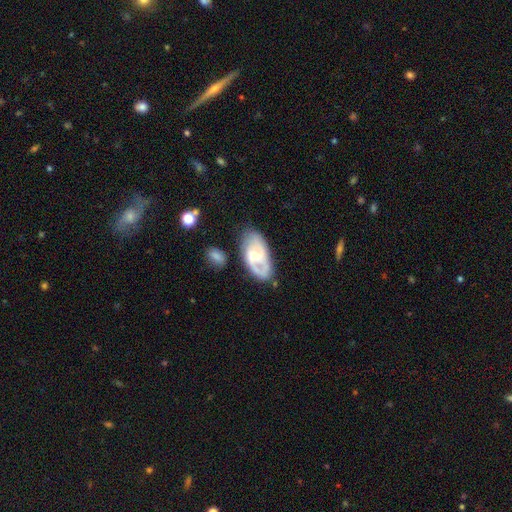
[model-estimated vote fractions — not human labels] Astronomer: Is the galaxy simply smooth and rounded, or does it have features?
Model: featured or disk — 68%.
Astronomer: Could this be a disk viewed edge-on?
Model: no — 95%.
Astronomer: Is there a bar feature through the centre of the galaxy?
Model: weak — 47% (runner-up: no, 41%).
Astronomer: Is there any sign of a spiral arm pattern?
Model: yes — 86%.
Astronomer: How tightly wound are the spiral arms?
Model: medium — 46% (runner-up: tight, 34%).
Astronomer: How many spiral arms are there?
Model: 2 — 60%.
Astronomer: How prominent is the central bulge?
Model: small — 45% (runner-up: moderate, 43%).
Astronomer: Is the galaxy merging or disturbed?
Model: none — 66%.